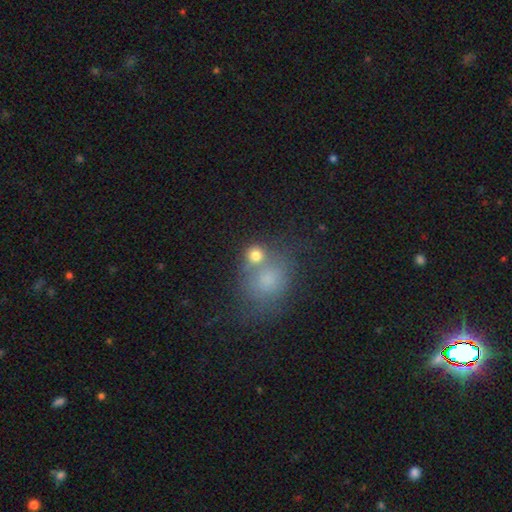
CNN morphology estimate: A smooth galaxy with no disk features (74%) that is round (81%).

Vote fractions:
- Smooth or featured? smooth: 74% / star or artifact: 14% / featured or disk: 11%
- How rounded? round: 81% / in between: 18% / cigar-shaped: 1%
- Merging? none: 50% / merger: 31% / minor disturbance: 11% / major disturbance: 8%